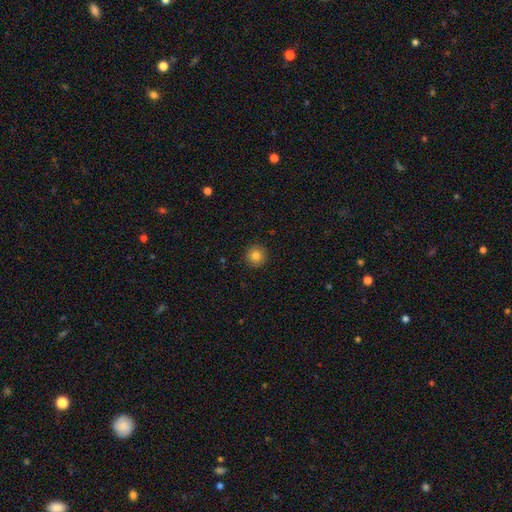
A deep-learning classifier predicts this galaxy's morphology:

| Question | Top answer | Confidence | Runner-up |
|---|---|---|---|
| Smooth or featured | smooth | 82% | star or artifact (11%) |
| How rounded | round | 96% | in between (3%) |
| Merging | none | 92% | minor disturbance (5%) |